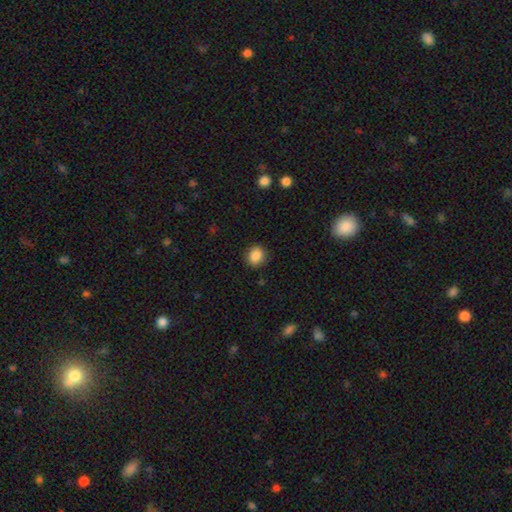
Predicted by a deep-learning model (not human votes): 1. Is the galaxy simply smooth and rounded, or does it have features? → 87% smooth, 9% star or artifact, 4% featured or disk.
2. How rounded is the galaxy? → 73% round, 26% in between, 1% cigar-shaped.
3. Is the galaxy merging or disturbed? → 89% none, 8% minor disturbance, 2% major disturbance, 1% merger.